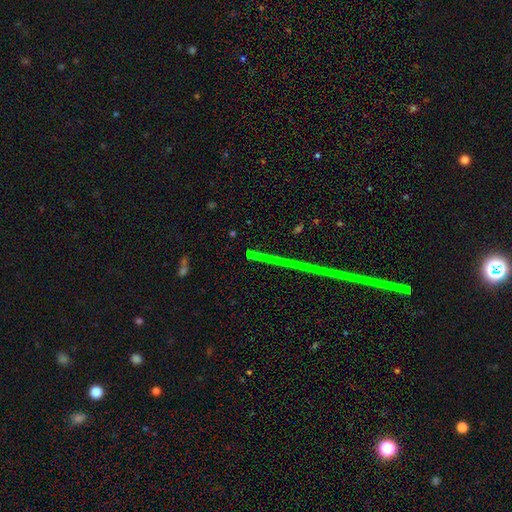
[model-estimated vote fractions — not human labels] This is likely a star or artifact rather than a galaxy (74%).